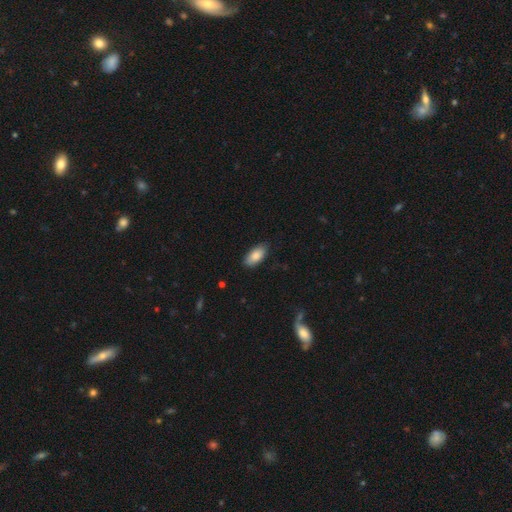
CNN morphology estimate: Smooth or featured: smooth — 85% (featured or disk — 8%)
How rounded: in between — 92% (cigar-shaped — 5%)
Merging: none — 84% (minor disturbance — 13%)